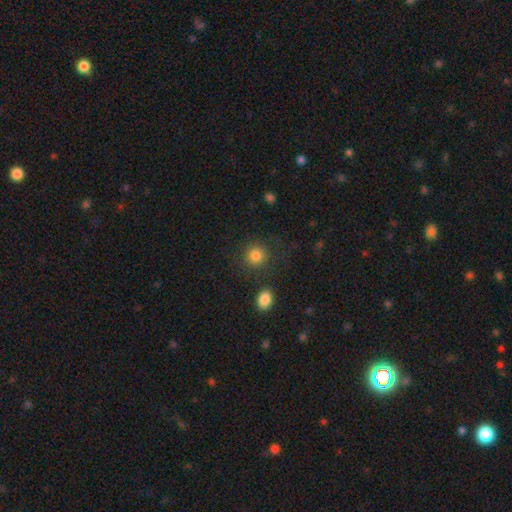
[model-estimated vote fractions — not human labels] A smooth galaxy with no disk features (84%) that is round (89%). Merging: none (82%).